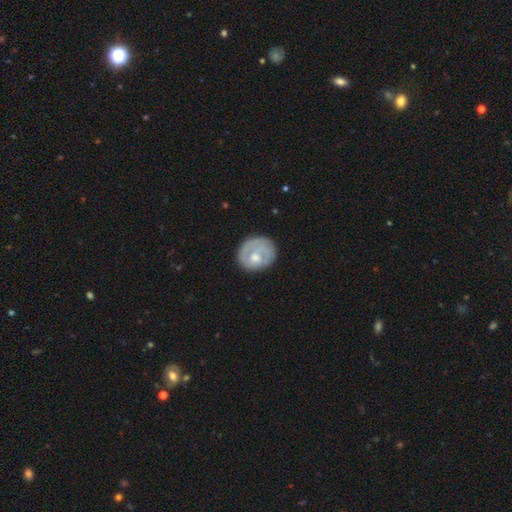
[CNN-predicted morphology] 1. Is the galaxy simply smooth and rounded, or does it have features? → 51% smooth, 44% featured or disk, 6% star or artifact.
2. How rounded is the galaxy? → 74% round, 25% in between, 1% cigar-shaped.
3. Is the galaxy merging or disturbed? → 68% none, 21% minor disturbance, 9% major disturbance, 2% merger.